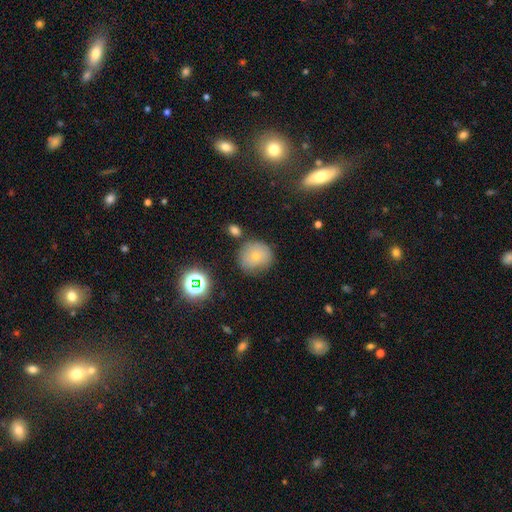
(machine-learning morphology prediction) Smooth or featured?
  - smooth: 72% *
  - featured or disk: 15%
  - star or artifact: 13%
How rounded?
  - round: 89% *
  - in between: 10%
  - cigar-shaped: 1%
Merging?
  - none: 71% *
  - minor disturbance: 17%
  - merger: 6%
  - major disturbance: 5%